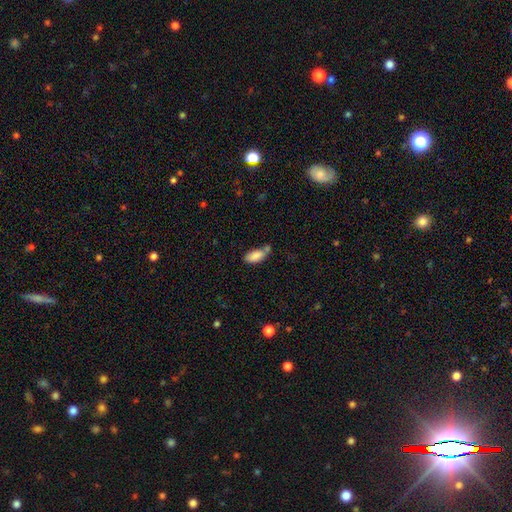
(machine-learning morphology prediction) This is clearly a smooth galaxy (85%). How rounded: clearly in between (89%). Merging: possibly none (46%).